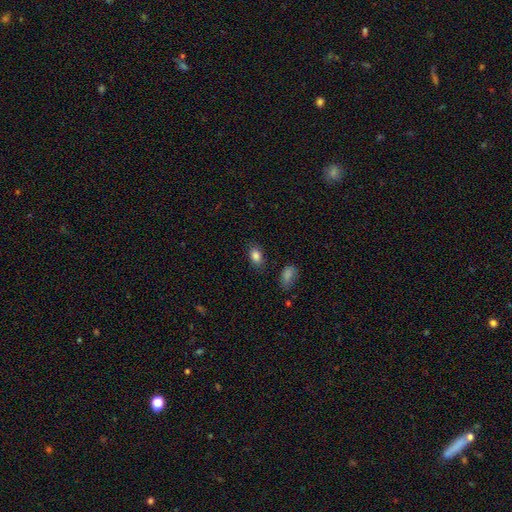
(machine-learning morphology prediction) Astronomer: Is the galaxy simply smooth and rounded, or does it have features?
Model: smooth — 85%.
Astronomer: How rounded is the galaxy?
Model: in between — 85%.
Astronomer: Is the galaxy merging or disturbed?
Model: none — 83%.